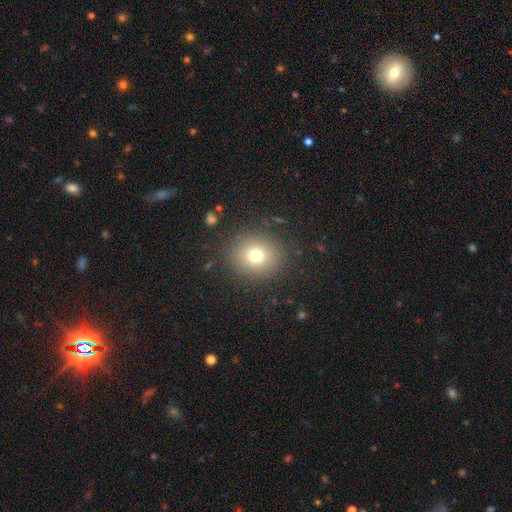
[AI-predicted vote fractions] Smooth or featured? Predicted: smooth (p=0.73). How rounded? Predicted: round (p=0.86). Merging? Predicted: none (p=0.87).